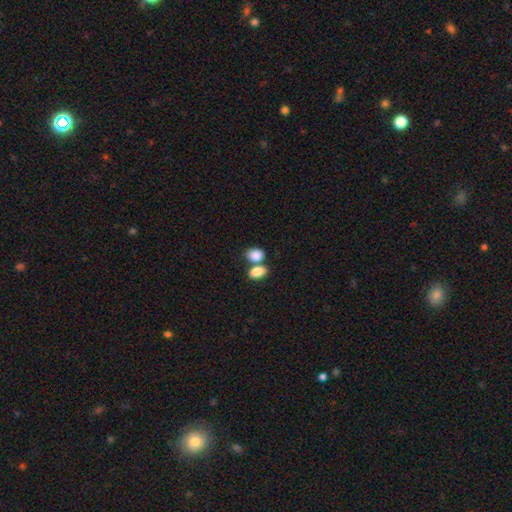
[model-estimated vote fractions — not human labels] Morphology: type=smooth (86%); roundness=in between (74%); merging=merger (44%).